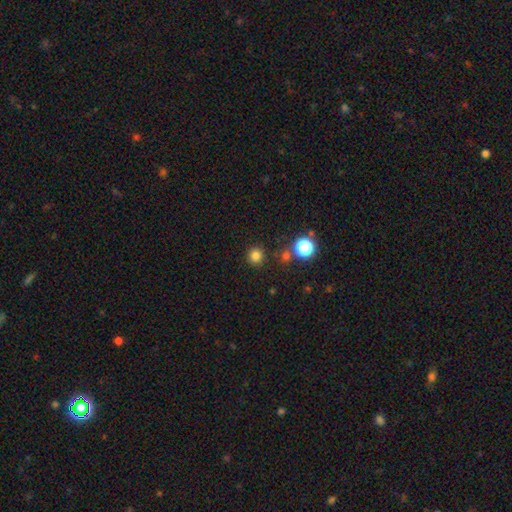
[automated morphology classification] Overall: smooth (80%). How rounded: round (93%). Merging: none (88%).